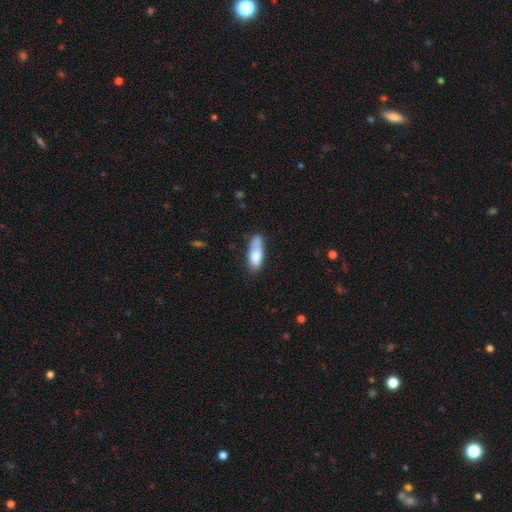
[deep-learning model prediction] A smooth galaxy with no disk features (76%) that is in between round and cigar-shaped (66%). Merging: none (49%).